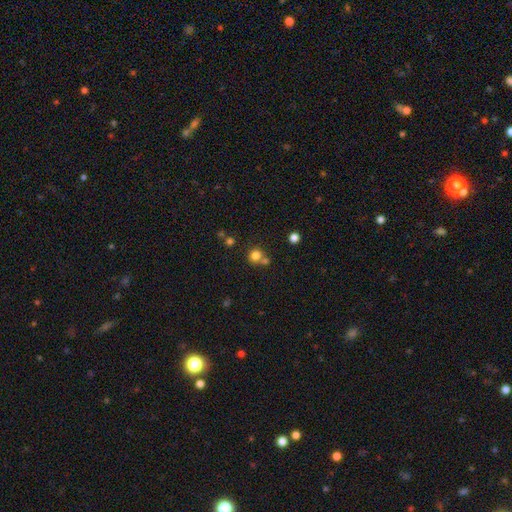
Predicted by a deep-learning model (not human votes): A smooth galaxy with no disk features (78%) that is round (87%).

Vote fractions:
- Smooth or featured? smooth: 78% / star or artifact: 14% / featured or disk: 7%
- How rounded? round: 87% / in between: 12% / cigar-shaped: 1%
- Merging? none: 58% / merger: 31% / minor disturbance: 8% / major disturbance: 3%